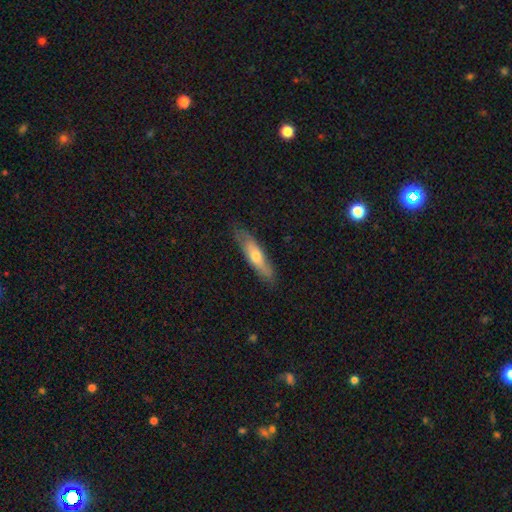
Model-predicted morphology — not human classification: The model was most divided on "smooth or featured": smooth: 57%, featured or disk: 37%, star or artifact: 6%. More confident: merging — none (78%); how rounded — cigar-shaped (71%).